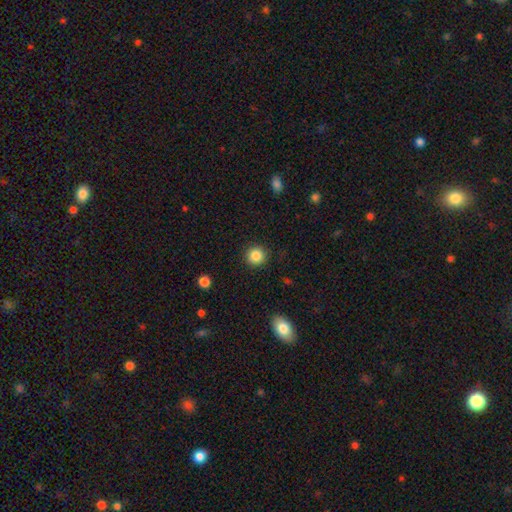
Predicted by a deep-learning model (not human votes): Smooth or featured? smooth (86%)
How rounded? round (93%)
Merging? none (91%)